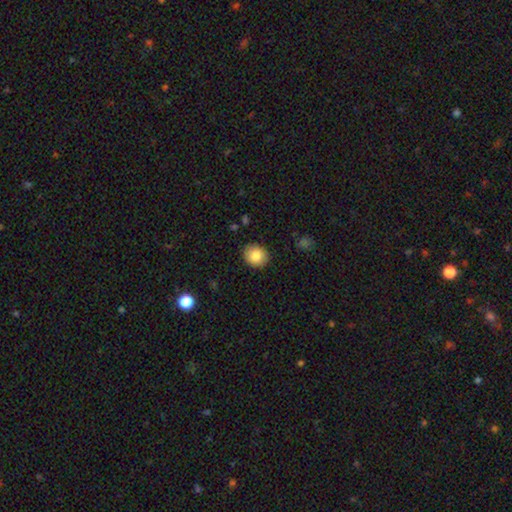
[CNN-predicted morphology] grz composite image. It shows a smooth galaxy with no disk features (85%) that is round (70%). Merging: none (88%).